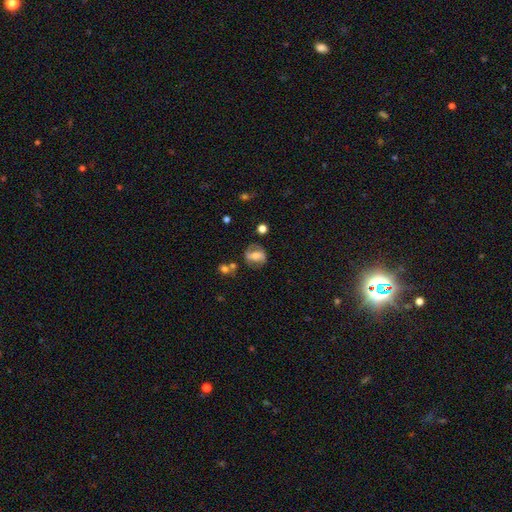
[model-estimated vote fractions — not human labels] Smooth or featured? featured or disk (50%)
Merging? none (65%)